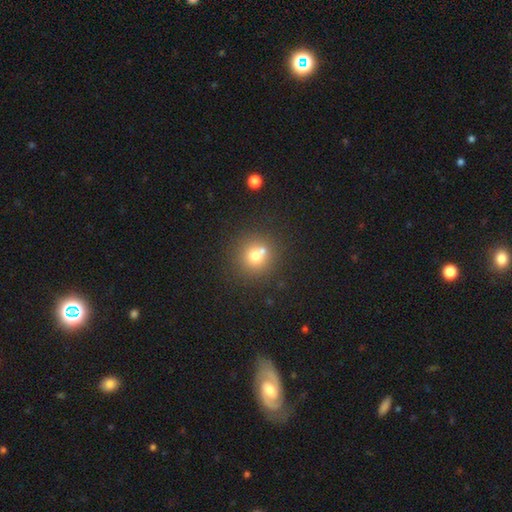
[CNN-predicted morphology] smooth_or_featured: smooth (p=0.70) [alt: featured or disk p=0.15]
how_rounded: round (p=0.90) [alt: in between p=0.09]
merging: none (p=0.60) [alt: merger p=0.29]